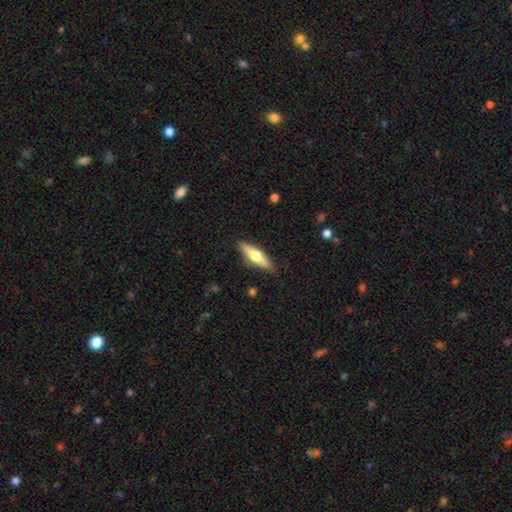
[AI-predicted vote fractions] This is possibly a featured or disk galaxy (51%). It is clearly viewed edge-on (93%). Merging: clearly none (88%).